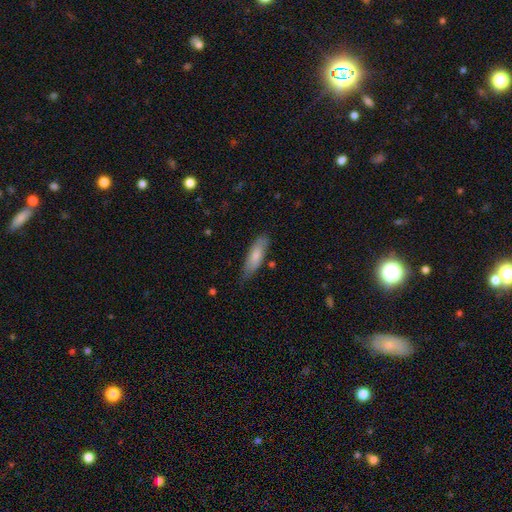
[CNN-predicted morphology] A smooth galaxy with no disk features (76%) that is in between round and cigar-shaped (51%). Merging: none (68%).